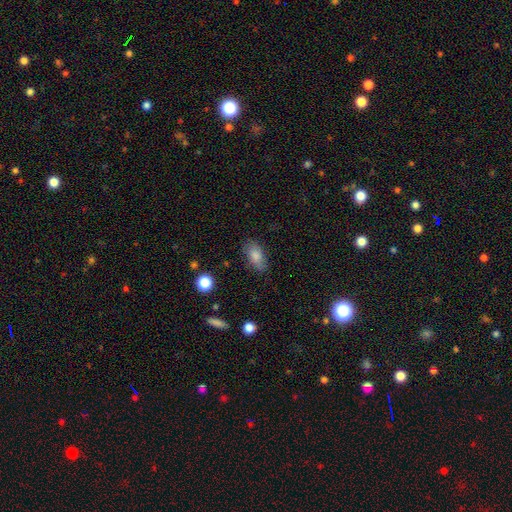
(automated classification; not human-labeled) Q: Smooth or featured?
A: smooth (82%); runner-up: featured or disk (10%)
Q: How rounded?
A: in between (91%); runner-up: round (5%)
Q: Merging?
A: none (76%); runner-up: minor disturbance (17%)